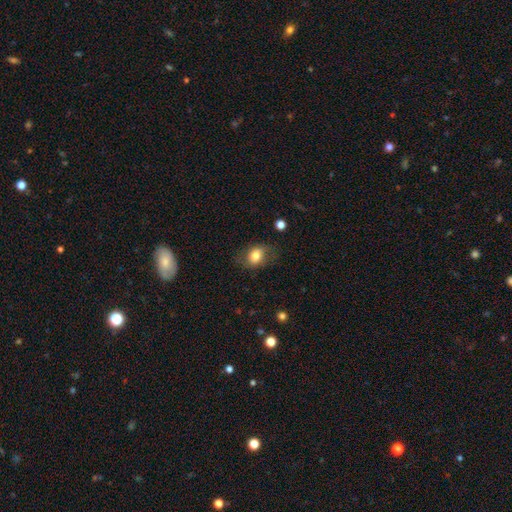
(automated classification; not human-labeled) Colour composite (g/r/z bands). It shows a smooth galaxy with no disk features (77%) that is in between round and cigar-shaped (65%). Merging: none (68%).